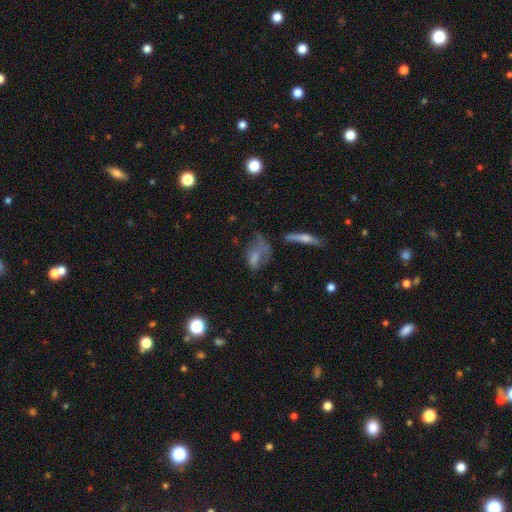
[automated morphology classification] Overall: smooth (50%; featured or disk 34%). How rounded: in between (77%). Merging: major disturbance (36%; none 28%).